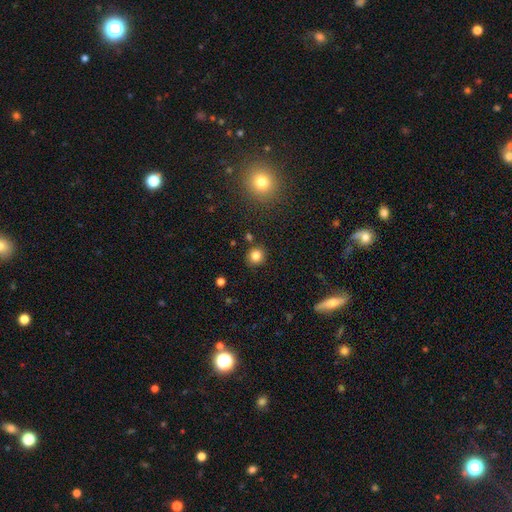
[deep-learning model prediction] Smooth or featured?
  - smooth: 82% *
  - star or artifact: 12%
  - featured or disk: 6%
How rounded?
  - round: 91% *
  - in between: 8%
  - cigar-shaped: 1%
Merging?
  - none: 87% *
  - minor disturbance: 7%
  - merger: 3%
  - major disturbance: 2%